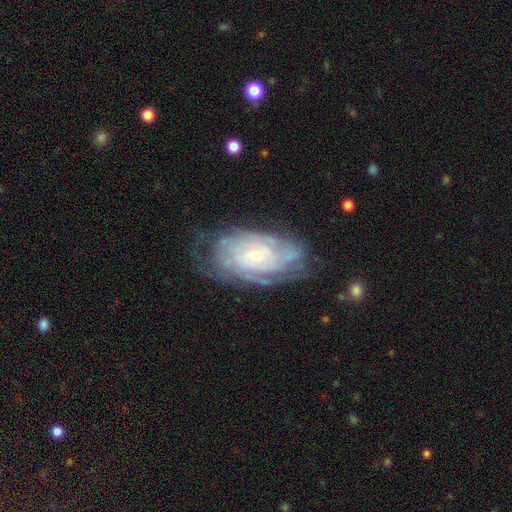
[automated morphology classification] smooth_or_featured: featured or disk (p=0.79) [alt: smooth p=0.14]
disk_edge_on: no (p=0.95) [alt: yes p=0.05]
bar: no (p=0.74) [alt: weak p=0.22]
has_spiral_arms: yes (p=0.90) [alt: no p=0.10]
spiral_winding: tight (p=0.73) [alt: medium p=0.22]
spiral_arm_count: can't tell (p=0.53) [alt: 2 p=0.13]
bulge_size: small (p=0.73) [alt: moderate p=0.21]
merging: none (p=0.63) [alt: minor disturbance p=0.23]